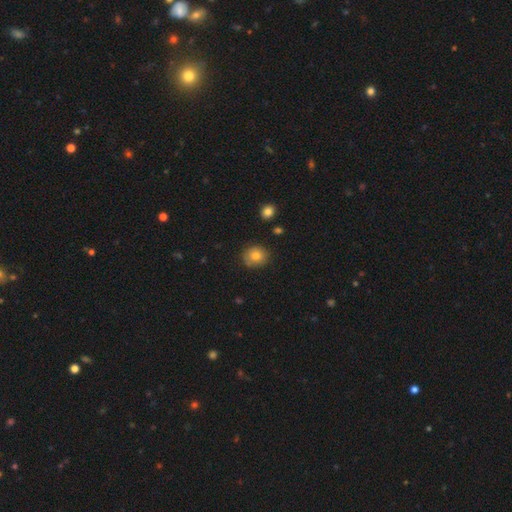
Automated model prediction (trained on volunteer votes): smooth_or_featured: smooth (p=0.77) [alt: featured or disk p=0.13]
how_rounded: round (p=0.81) [alt: in between p=0.19]
merging: none (p=0.82) [alt: minor disturbance p=0.13]